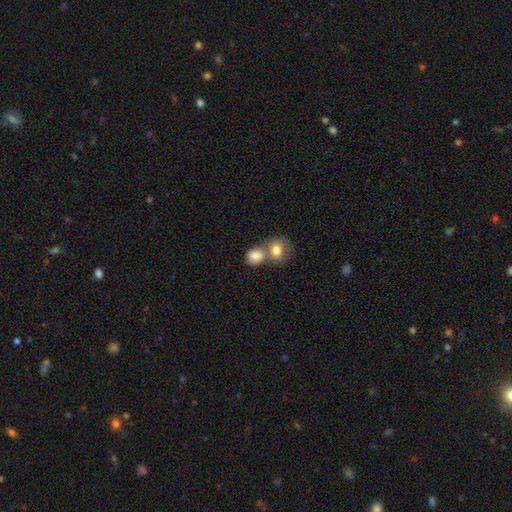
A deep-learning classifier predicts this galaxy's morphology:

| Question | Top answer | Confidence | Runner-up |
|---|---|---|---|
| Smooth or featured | smooth | 83% | featured or disk (9%) |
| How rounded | round | 51% | in between (48%) |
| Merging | merger | 58% | none (29%) |